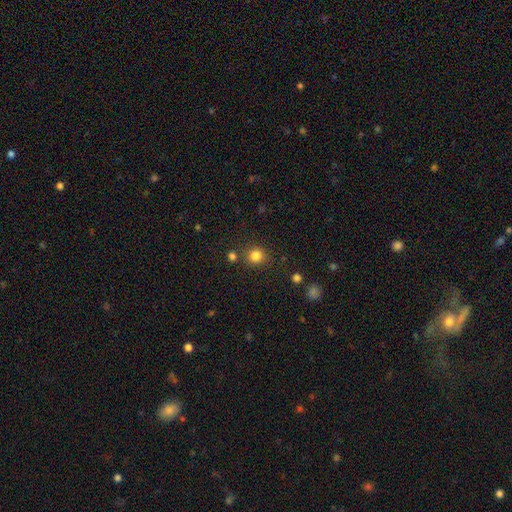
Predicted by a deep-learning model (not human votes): This is clearly a smooth galaxy (83%). How rounded: clearly round (88%). Merging: clearly none (81%).